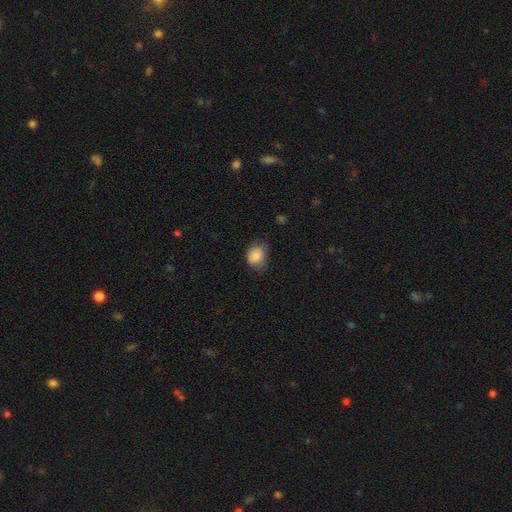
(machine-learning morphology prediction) The model was most divided on "how rounded": round: 54%, in between: 45%, cigar-shaped: 1%. More confident: smooth or featured — smooth (84%); merging — none (58%).